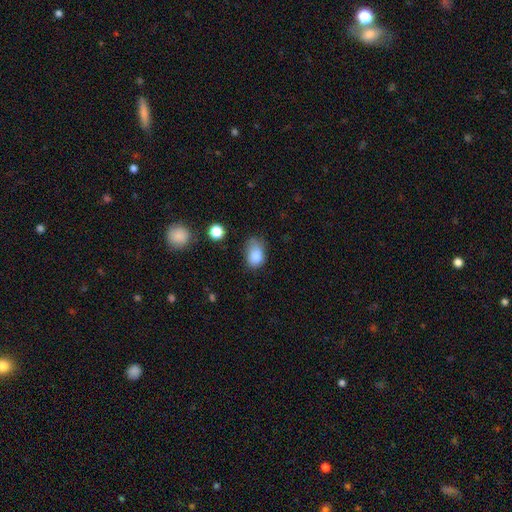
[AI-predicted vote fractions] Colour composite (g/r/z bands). It shows a smooth galaxy with no disk features (83%) that is in between round and cigar-shaped (76%). Merging: none (44%).